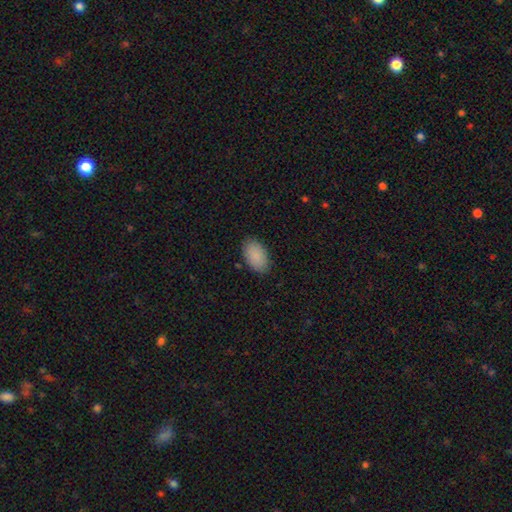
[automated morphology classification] type=smooth (89%); roundness=in between (93%); merging=none (85%).